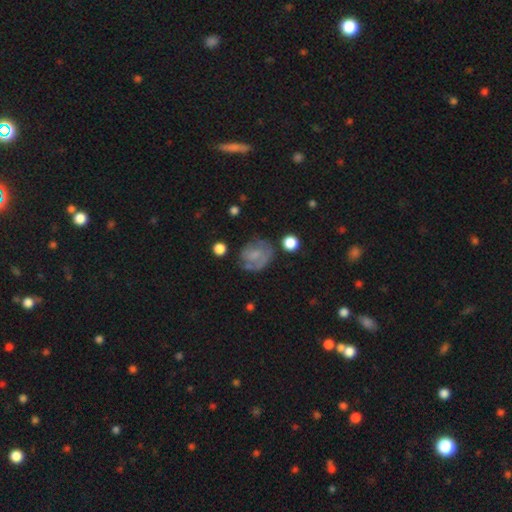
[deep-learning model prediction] Morphology: type=featured or disk (45%, tied with smooth); merging=none (54%).